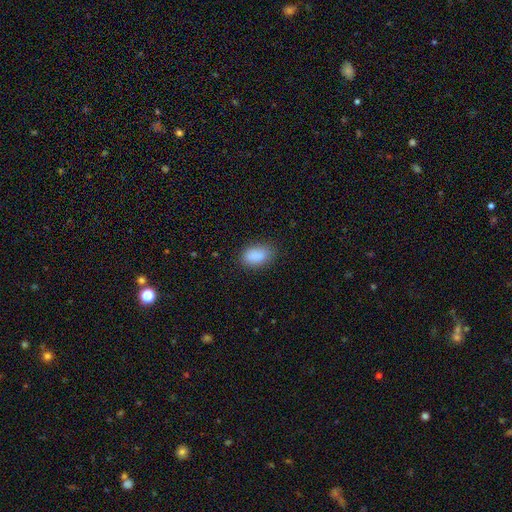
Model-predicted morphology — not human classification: A smooth galaxy with no disk features (88%) that is in between round and cigar-shaped (90%).

Vote fractions:
- Smooth or featured? smooth: 88% / star or artifact: 8% / featured or disk: 4%
- How rounded? in between: 90% / round: 8% / cigar-shaped: 2%
- Merging? none: 78% / minor disturbance: 16% / major disturbance: 4% / merger: 1%